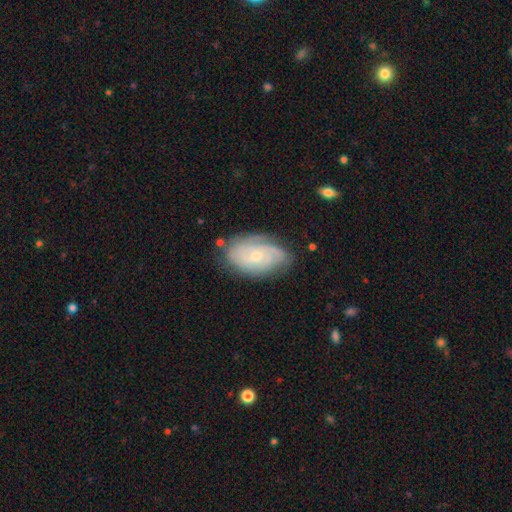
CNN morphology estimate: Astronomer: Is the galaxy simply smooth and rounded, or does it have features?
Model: featured or disk — 76%.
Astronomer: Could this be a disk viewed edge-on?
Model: no — 96%.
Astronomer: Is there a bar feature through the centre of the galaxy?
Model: no — 71%.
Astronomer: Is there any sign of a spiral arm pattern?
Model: yes — 93%.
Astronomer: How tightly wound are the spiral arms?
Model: tight — 62%.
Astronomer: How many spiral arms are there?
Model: can't tell — 35% (runner-up: 2, 25%).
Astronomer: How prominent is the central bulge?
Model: small — 64%.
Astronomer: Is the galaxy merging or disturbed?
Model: none — 72%.